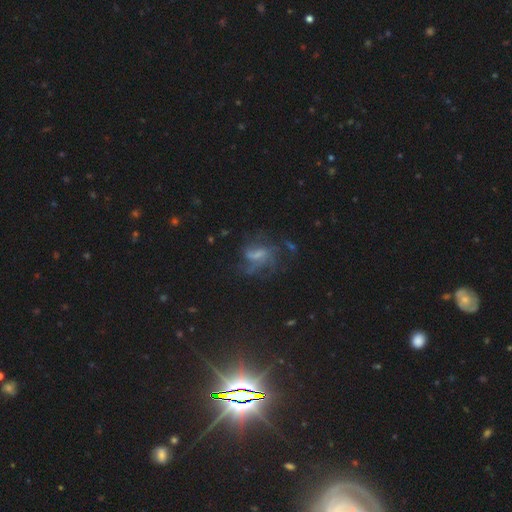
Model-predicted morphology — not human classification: Smooth or featured? featured or disk (56%)
Edge-on disk? no (94%)
Bar? weak (45%)
Spiral arms? yes (79%)
Bulge size? small (35%)
Merging? none (53%)